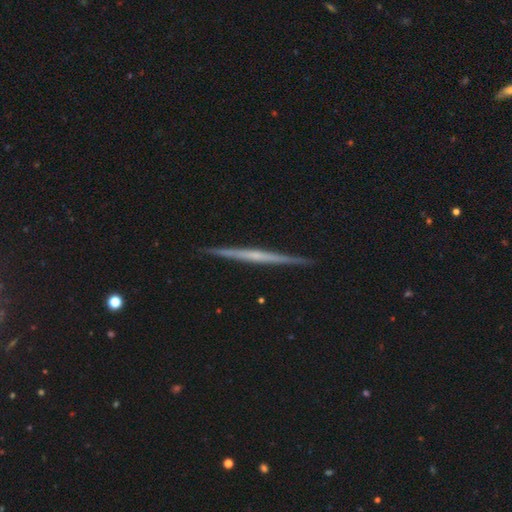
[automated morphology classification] featured or disk 73%, smooth 22%, star or artifact 5%. Down the decision tree: edge-on disk — yes (98%); edge-on bulge — none (67%); merging — none (92%).